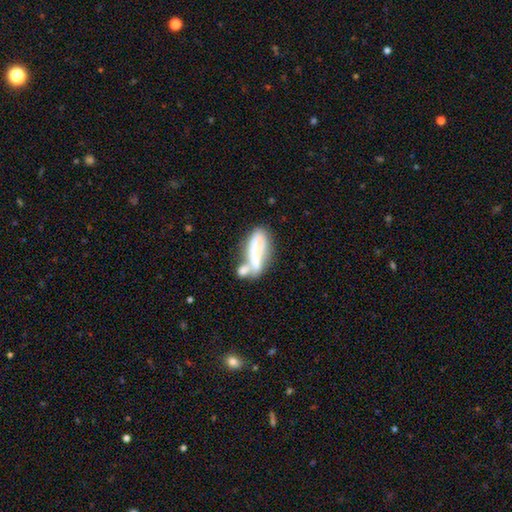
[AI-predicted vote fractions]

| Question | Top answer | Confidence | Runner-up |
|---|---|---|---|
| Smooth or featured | featured or disk | 46% | smooth (44%) |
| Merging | merger | 47% | none (23%) |